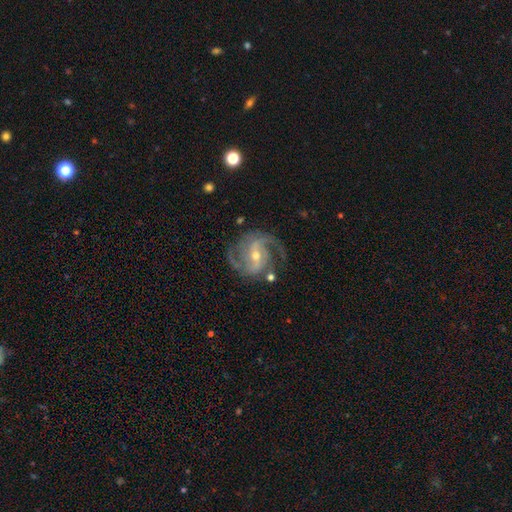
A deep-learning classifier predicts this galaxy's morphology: Smooth or featured? Predicted: featured or disk (p=0.91). Edge-on disk? Predicted: no (p=0.97). Bar? Predicted: weak (p=0.45). Spiral arms? Predicted: yes (p=0.98). Spiral winding? Predicted: medium (p=0.55). Spiral arm count? Predicted: 2 (p=0.65). Bulge size? Predicted: moderate (p=0.49). Merging? Predicted: none (p=0.72).